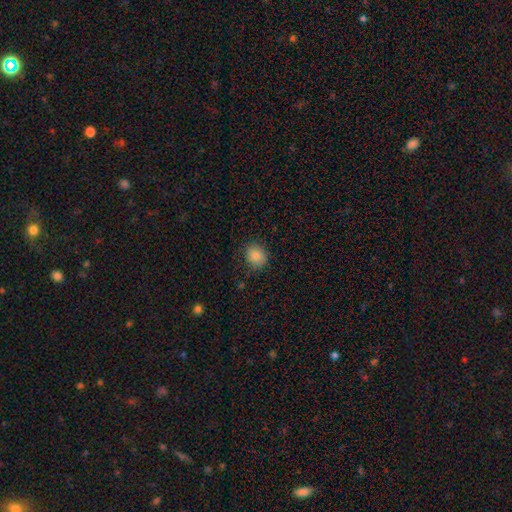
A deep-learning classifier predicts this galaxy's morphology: smooth_or_featured: smooth (p=0.84) [alt: star or artifact p=0.10]
how_rounded: round (p=0.70) [alt: in between p=0.29]
merging: none (p=0.82) [alt: minor disturbance p=0.14]